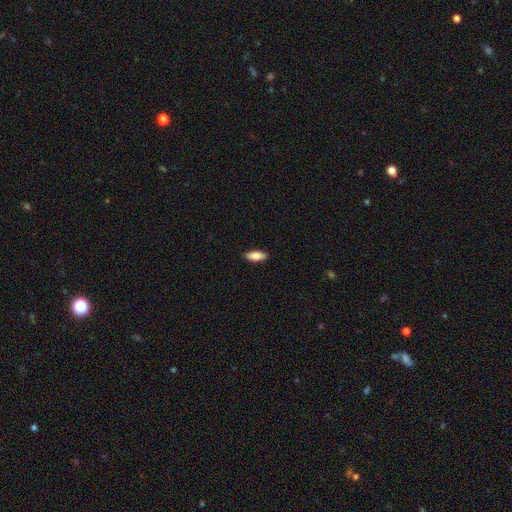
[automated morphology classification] Smooth or featured? smooth (85%)
How rounded? in between (74%)
Merging? none (90%)